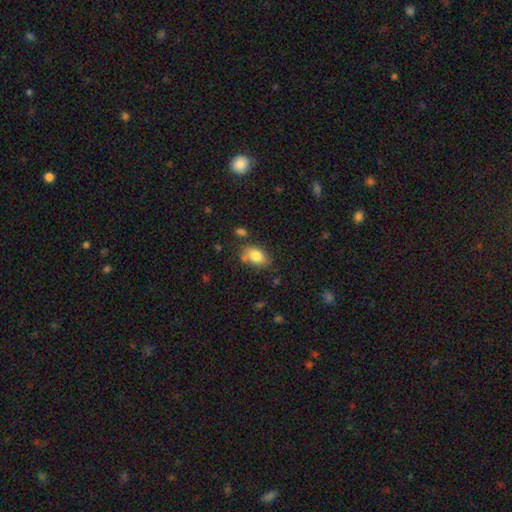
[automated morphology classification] Smooth or featured? smooth (81%)
How rounded? in between (86%)
Merging? none (68%)